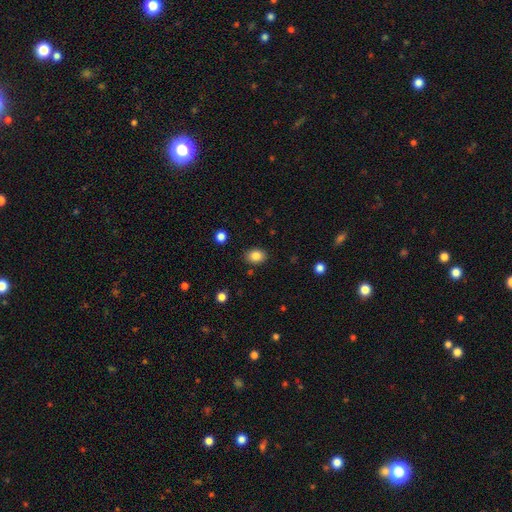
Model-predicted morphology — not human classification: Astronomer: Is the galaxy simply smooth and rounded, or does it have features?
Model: smooth — 85%.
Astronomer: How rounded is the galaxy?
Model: in between — 60% (runner-up: round, 39%).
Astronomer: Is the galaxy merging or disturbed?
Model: none — 86%.